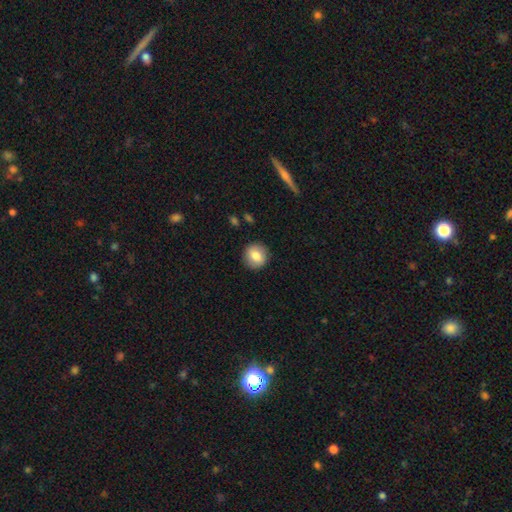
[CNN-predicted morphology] smooth_or_featured: smooth (p=0.80) [alt: featured or disk p=0.12]
how_rounded: round (p=0.88) [alt: in between p=0.11]
merging: none (p=0.90) [alt: minor disturbance p=0.07]